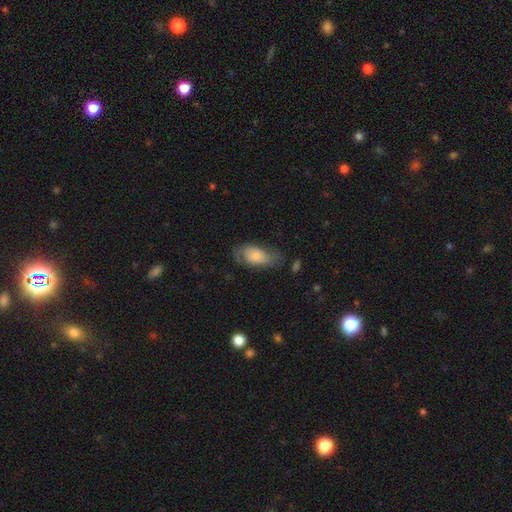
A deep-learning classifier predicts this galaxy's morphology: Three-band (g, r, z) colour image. It shows a smooth galaxy with no disk features (56%) that is in between round and cigar-shaped (89%). Merging: none (49%).